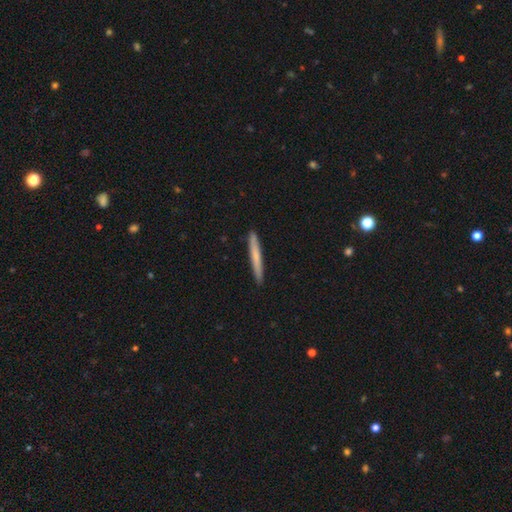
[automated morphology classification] smooth-or-featured: smooth: 65% | featured or disk: 29% | star or artifact: 6%
  how-rounded: cigar-shaped: 97% | in between: 2% | round: 1%
  merging: none: 92% | minor disturbance: 6% | major disturbance: 1% | merger: 1%